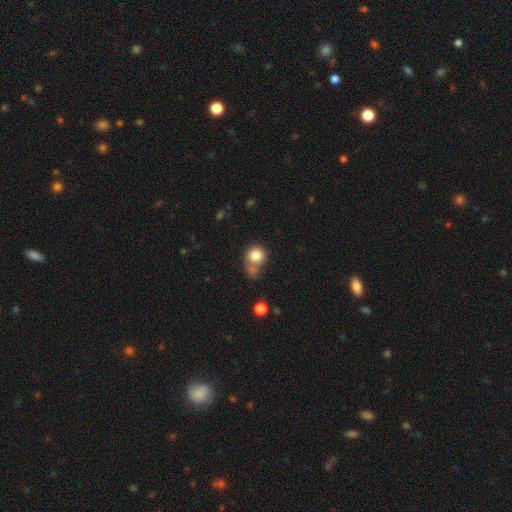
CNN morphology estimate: smooth 82%, star or artifact 10%, featured or disk 8%. Down the decision tree: how rounded — round (84%); merging — none (43%).